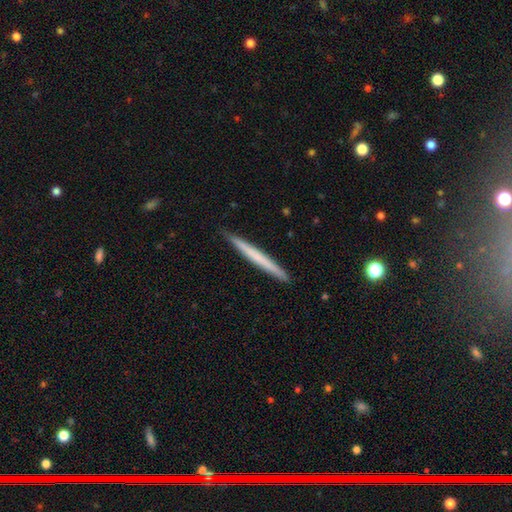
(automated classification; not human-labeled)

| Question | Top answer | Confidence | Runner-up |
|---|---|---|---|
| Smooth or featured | smooth | 56% | featured or disk (39%) |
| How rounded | cigar-shaped | 97% | in between (1%) |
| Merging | none | 91% | minor disturbance (6%) |